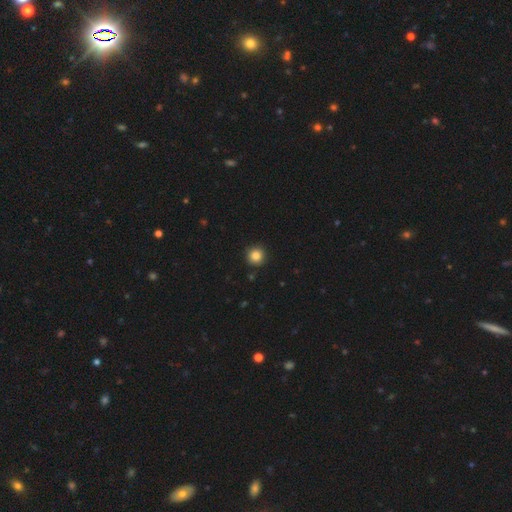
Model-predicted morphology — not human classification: A smooth galaxy with no disk features (85%) that is round (95%). Merging: none (92%).